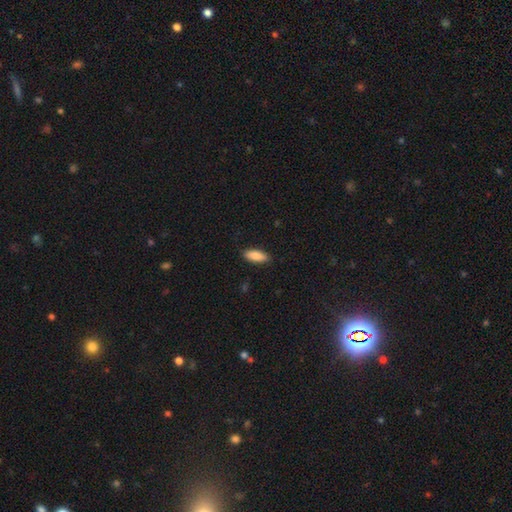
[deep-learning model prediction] smooth_or_featured: smooth (p=0.87) [alt: featured or disk p=0.07]
how_rounded: in between (p=0.77) [alt: cigar-shaped p=0.22]
merging: none (p=0.87) [alt: minor disturbance p=0.10]